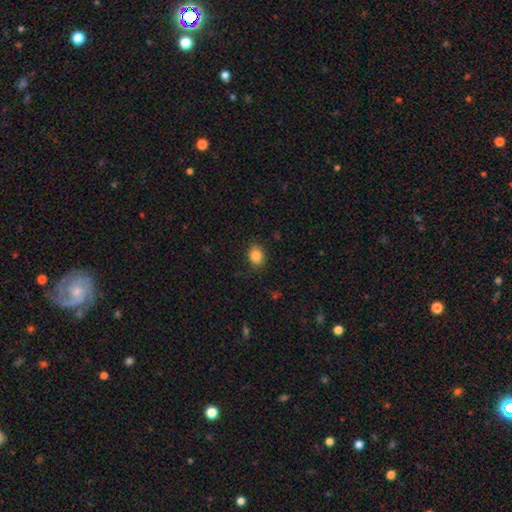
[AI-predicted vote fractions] Smooth or featured? Predicted: smooth (p=0.85). How rounded? Predicted: round (p=0.53). Merging? Predicted: none (p=0.86).